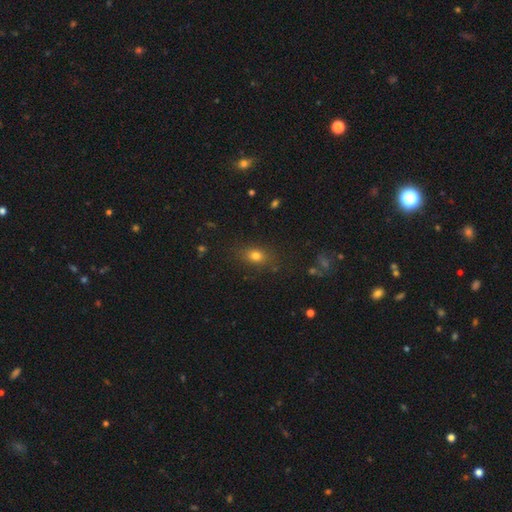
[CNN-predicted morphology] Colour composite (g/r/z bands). It shows a smooth galaxy with no disk features (75%) that is in between round and cigar-shaped (64%). Merging: none (81%).